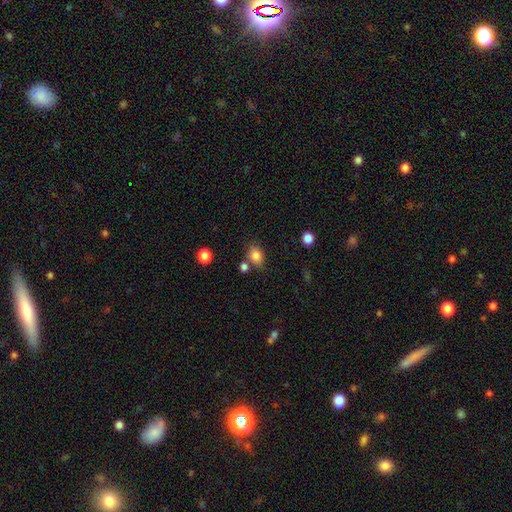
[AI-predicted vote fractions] smooth-or-featured: smooth: 84% | star or artifact: 10% | featured or disk: 6%
  how-rounded: in between: 71% | round: 28% | cigar-shaped: 1%
  merging: none: 70% | minor disturbance: 14% | merger: 12% | major disturbance: 4%